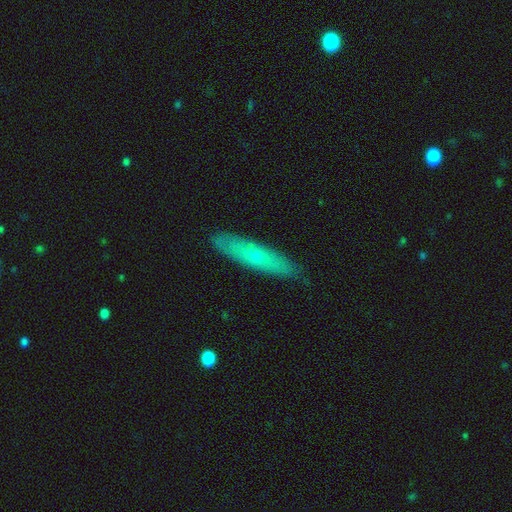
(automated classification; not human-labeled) This appears to be a smooth galaxy with no disk features (52%) that is cigar-shaped (78%). Merging: none (86%).